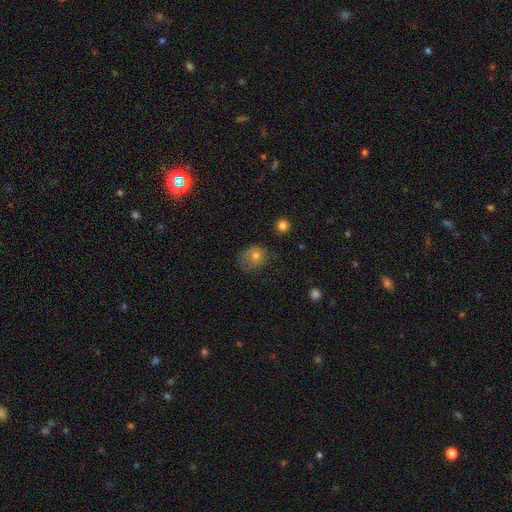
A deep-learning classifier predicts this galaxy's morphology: Smooth or featured?
  - smooth: 70% *
  - featured or disk: 18%
  - star or artifact: 12%
How rounded?
  - round: 58% *
  - in between: 41%
  - cigar-shaped: 1%
Merging?
  - none: 46% *
  - minor disturbance: 33%
  - major disturbance: 20%
  - merger: 2%